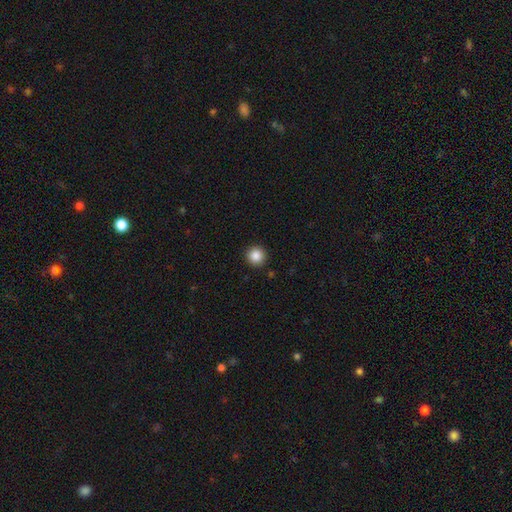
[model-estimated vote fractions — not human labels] This is clearly a smooth galaxy (87%). How rounded: clearly round (95%). Merging: clearly none (92%).